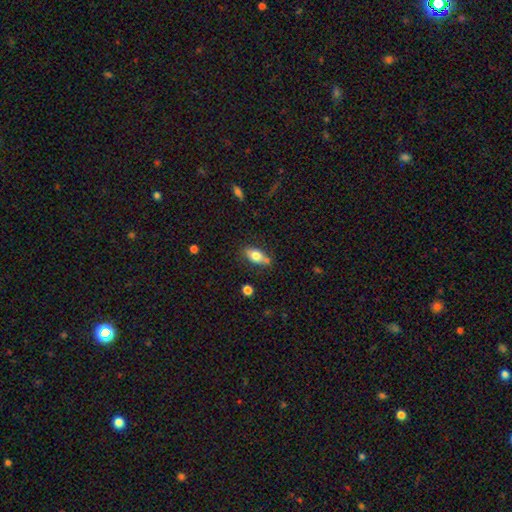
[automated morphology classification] Q: Smooth or featured?
A: smooth (73%); runner-up: featured or disk (19%)
Q: How rounded?
A: in between (84%); runner-up: cigar-shaped (9%)
Q: Merging?
A: none (66%); runner-up: minor disturbance (19%)